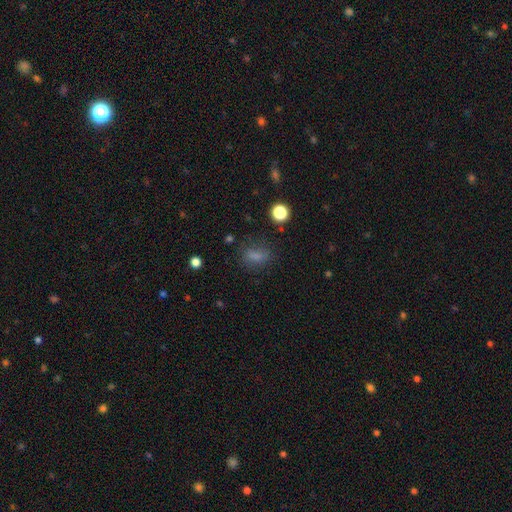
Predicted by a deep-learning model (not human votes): Smooth or featured?
  - smooth: 74% *
  - star or artifact: 16%
  - featured or disk: 10%
How rounded?
  - in between: 69% *
  - round: 24%
  - cigar-shaped: 6%
Merging?
  - none: 67% *
  - minor disturbance: 19%
  - major disturbance: 10%
  - merger: 3%